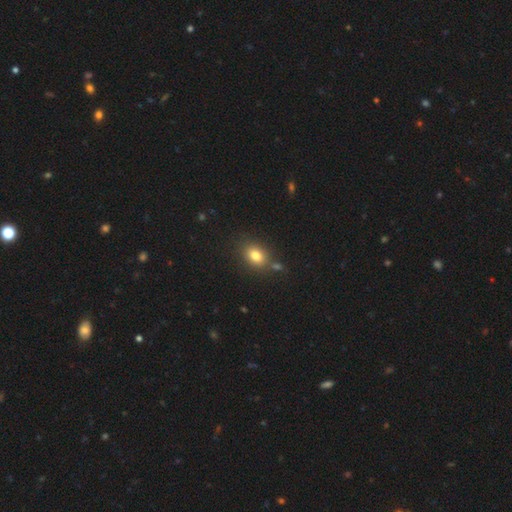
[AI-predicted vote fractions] A smooth galaxy with no disk features (80%) that is in between round and cigar-shaped (61%). Merging: none (75%).